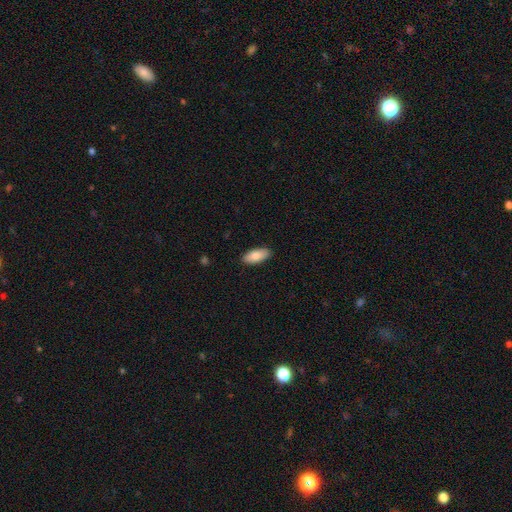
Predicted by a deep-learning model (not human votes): This is clearly a smooth galaxy (85%). How rounded: clearly in between (86%). Merging: clearly none (89%).